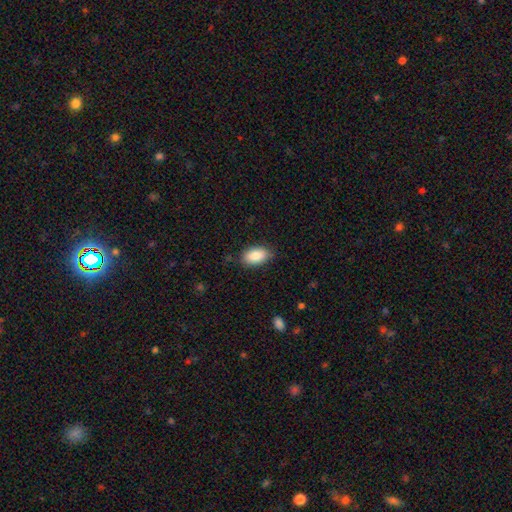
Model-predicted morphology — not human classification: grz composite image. It shows a smooth galaxy with no disk features (87%) that is in between round and cigar-shaped (92%). Merging: none (82%).